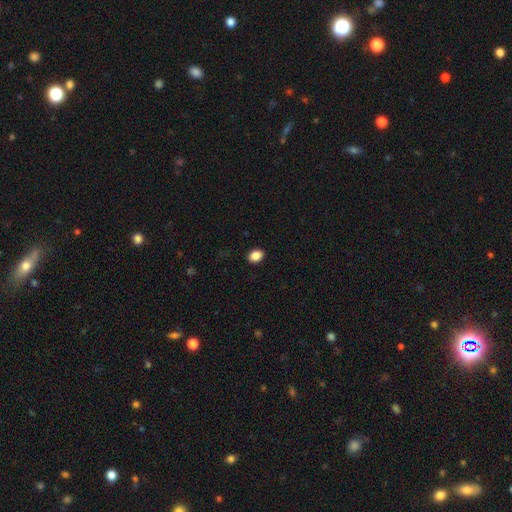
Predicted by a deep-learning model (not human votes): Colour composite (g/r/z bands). It shows a smooth galaxy with no disk features (88%) that is in between round and cigar-shaped (67%). Merging: none (90%).